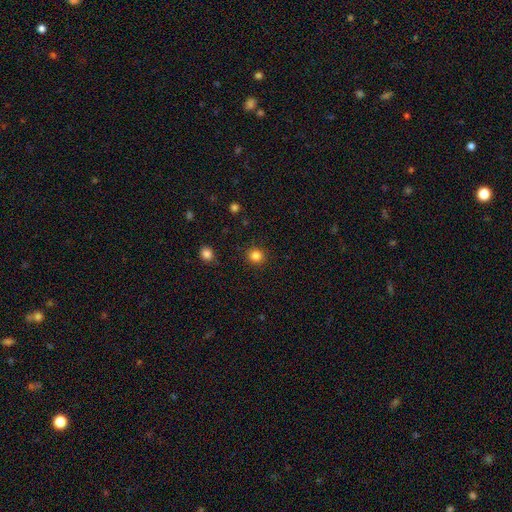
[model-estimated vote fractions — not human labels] A smooth galaxy with no disk features (85%) that is round (92%).

Vote fractions:
- Smooth or featured? smooth: 85% / star or artifact: 12% / featured or disk: 4%
- How rounded? round: 92% / in between: 7% / cigar-shaped: 1%
- Merging? none: 91% / minor disturbance: 6% / major disturbance: 2% / merger: 1%